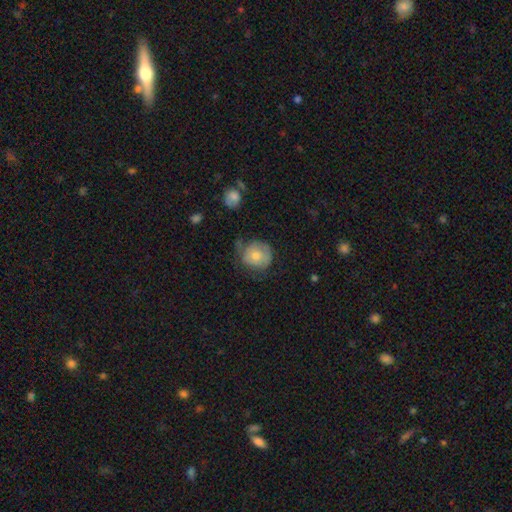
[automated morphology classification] Q: Smooth or featured?
A: smooth (61%); runner-up: featured or disk (30%)
Q: How rounded?
A: round (85%); runner-up: in between (14%)
Q: Merging?
A: none (59%); runner-up: minor disturbance (28%)